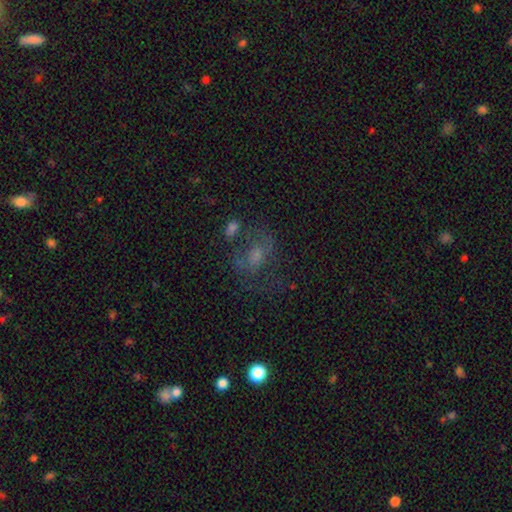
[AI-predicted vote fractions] Smooth or featured? Predicted: featured or disk (p=0.41). Merging? Predicted: none (p=0.43).